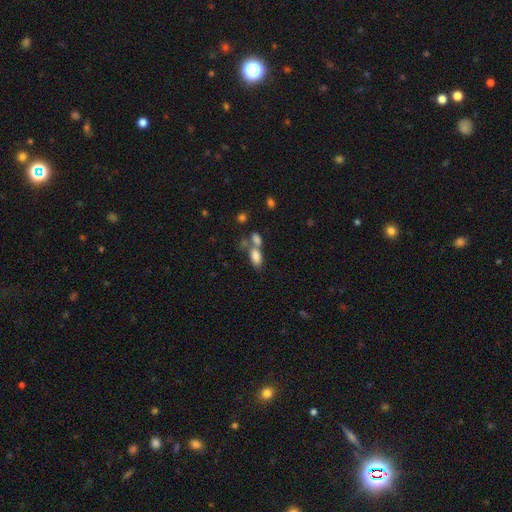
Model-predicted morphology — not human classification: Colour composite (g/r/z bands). It shows a smooth galaxy with no disk features (80%) that is in between round and cigar-shaped (90%). Merging: merger (46%).